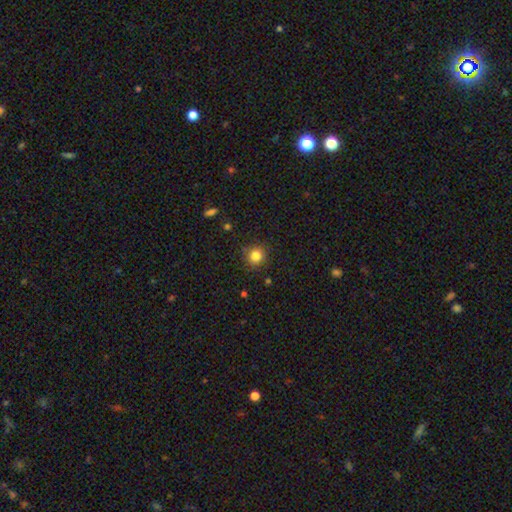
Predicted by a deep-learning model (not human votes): A smooth galaxy with no disk features (83%) that is round (90%). Merging: none (85%).